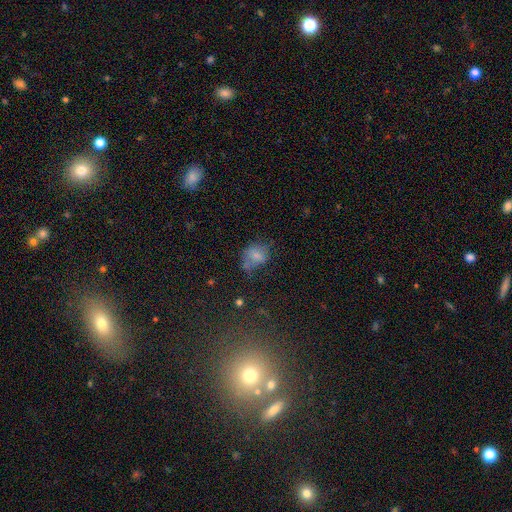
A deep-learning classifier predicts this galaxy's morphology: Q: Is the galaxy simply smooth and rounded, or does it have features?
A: smooth — 66%.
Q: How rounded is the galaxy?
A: in between — 58%.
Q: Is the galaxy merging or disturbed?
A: none — 43%.